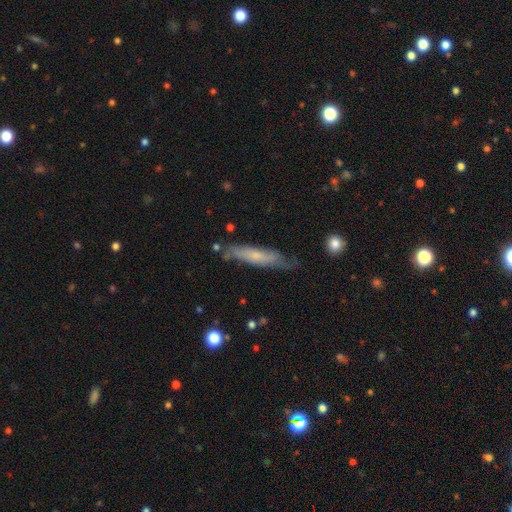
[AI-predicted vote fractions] This is possibly a smooth galaxy (51%). How rounded: clearly cigar-shaped (84%). Merging: likely none (67%).